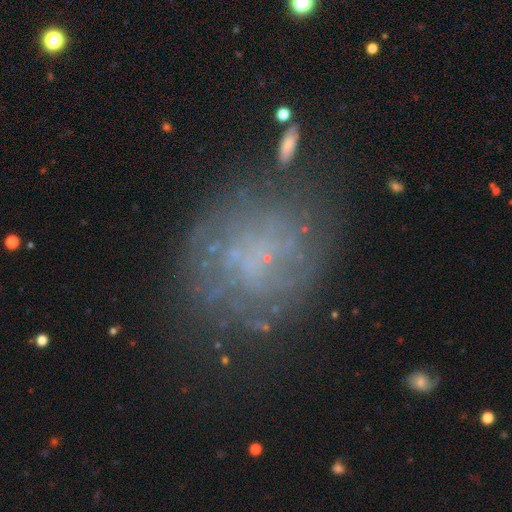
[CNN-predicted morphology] Q: Smooth or featured?
A: featured or disk (45%); runner-up: smooth (36%)
Q: Merging?
A: none (66%); runner-up: minor disturbance (18%)